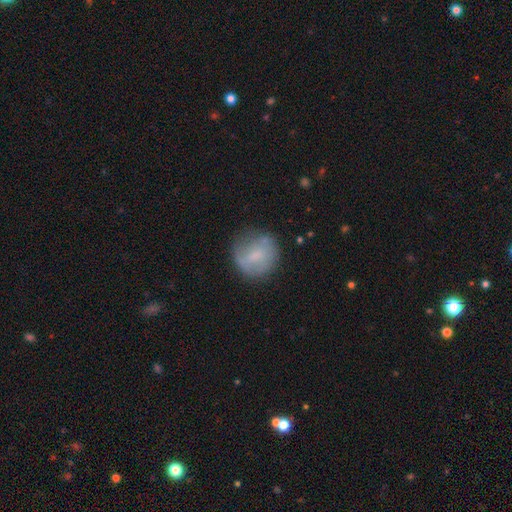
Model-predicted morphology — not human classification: type=smooth (63%); roundness=round (85%); merging=none (64%).